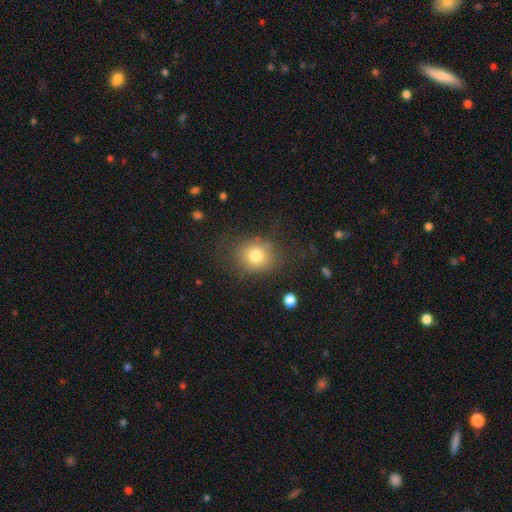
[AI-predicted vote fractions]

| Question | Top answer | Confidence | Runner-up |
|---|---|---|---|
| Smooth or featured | smooth | 77% | star or artifact (12%) |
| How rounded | round | 73% | in between (26%) |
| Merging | none | 74% | minor disturbance (15%) |